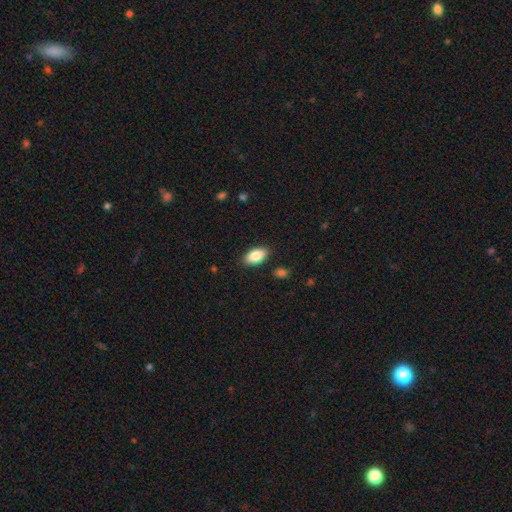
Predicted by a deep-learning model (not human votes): A smooth galaxy with no disk features (86%) that is in between round and cigar-shaped (93%). Merging: none (87%).